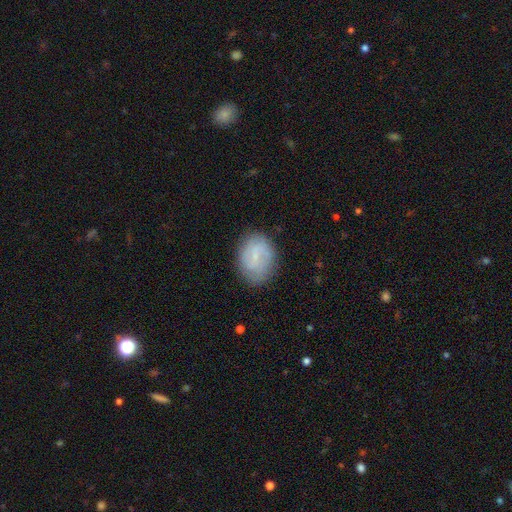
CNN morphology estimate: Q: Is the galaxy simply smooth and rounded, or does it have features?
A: featured or disk — 55%.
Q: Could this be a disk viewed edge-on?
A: no — 97%.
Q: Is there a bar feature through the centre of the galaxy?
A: weak — 59%.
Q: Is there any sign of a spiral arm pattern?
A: yes — 81%.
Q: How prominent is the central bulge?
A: small — 69%.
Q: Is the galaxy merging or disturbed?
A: none — 78%.